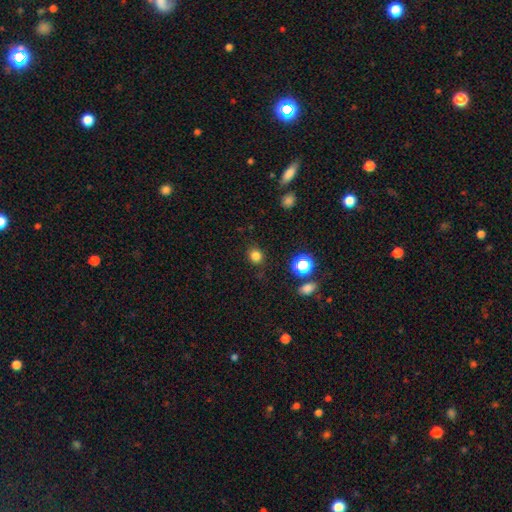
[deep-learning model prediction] This is clearly a smooth galaxy (80%). How rounded: likely round (78%). Merging: clearly none (85%).